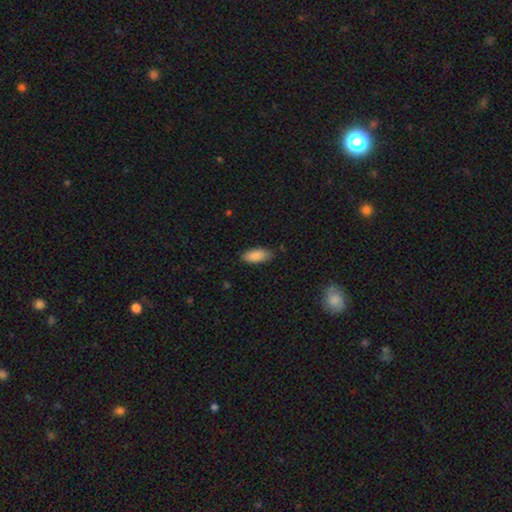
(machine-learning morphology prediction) The model was most divided on "merging": none: 82%, minor disturbance: 14%, major disturbance: 3%, merger: 1%. More confident: smooth or featured — smooth (89%); how rounded — in between (88%).